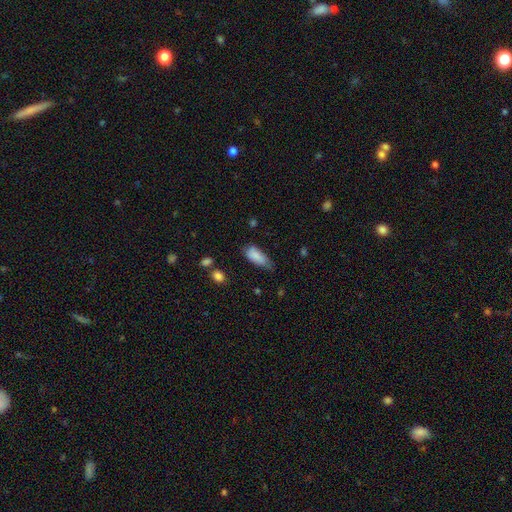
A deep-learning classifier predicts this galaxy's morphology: smooth-or-featured: smooth: 85% | featured or disk: 8% | star or artifact: 8%
  how-rounded: in between: 80% | cigar-shaped: 18% | round: 2%
  merging: minor disturbance: 43% | none: 42% | major disturbance: 13% | merger: 3%